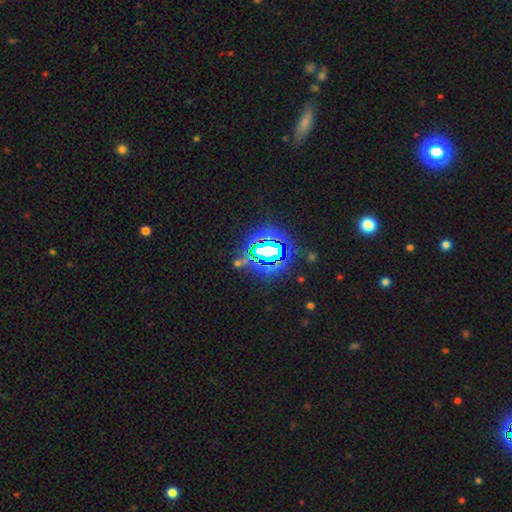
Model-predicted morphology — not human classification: smooth_or_featured: star or artifact (p=0.79) [alt: smooth p=0.13]